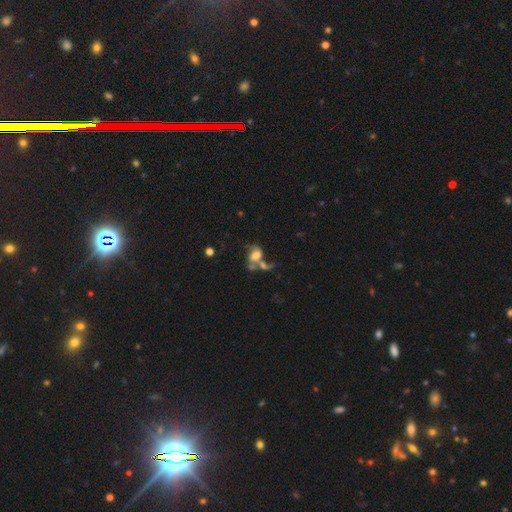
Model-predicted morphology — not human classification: A featured or disk galaxy (53%) with no bar (61%), spiral arms (69%) and a moderate central bulge (36%). Merging: merger (50%).